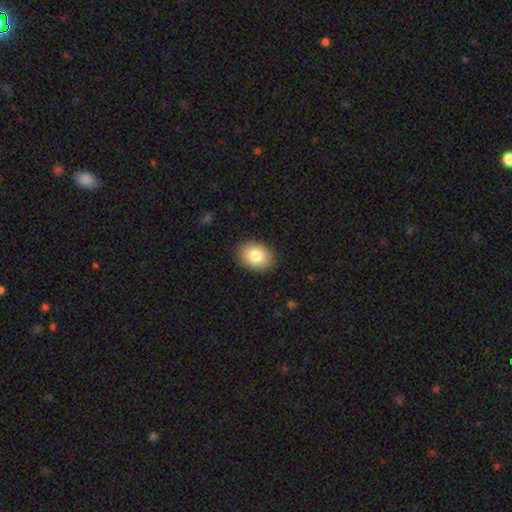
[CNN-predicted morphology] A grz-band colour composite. It shows a smooth galaxy with no disk features (82%) that is in between round and cigar-shaped (68%). Merging: none (90%).